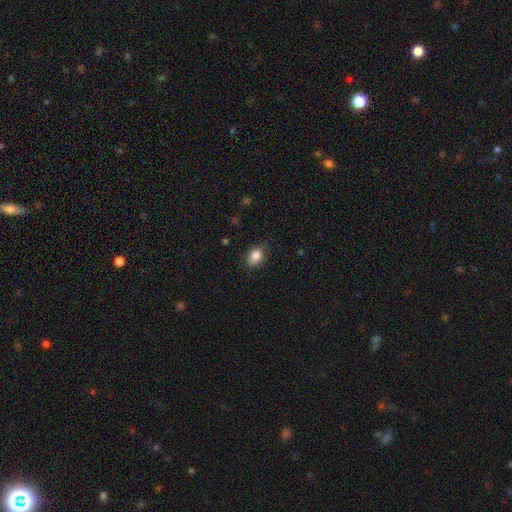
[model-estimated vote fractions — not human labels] This is clearly a smooth galaxy (85%). How rounded: likely in between (66%). Merging: likely none (78%).